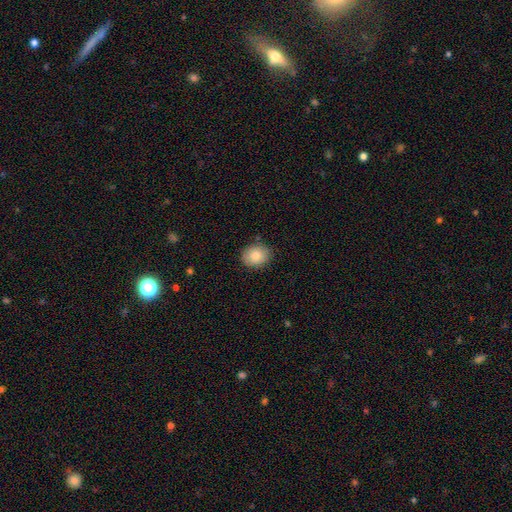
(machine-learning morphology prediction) type=smooth (83%); roundness=round (54%); merging=none (86%).